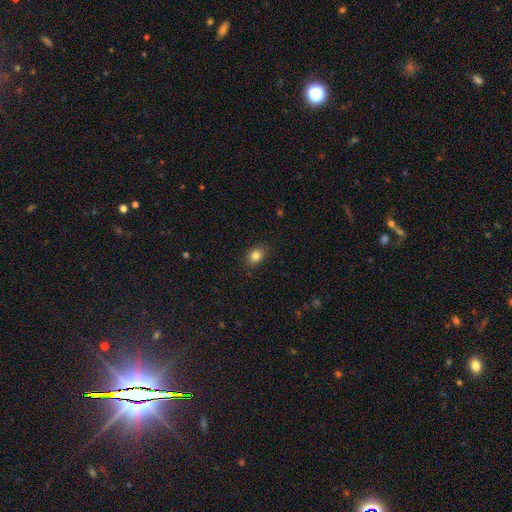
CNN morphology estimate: This appears to be a smooth galaxy with no disk features (83%) that is in between round and cigar-shaped (58%). Merging: none (87%).